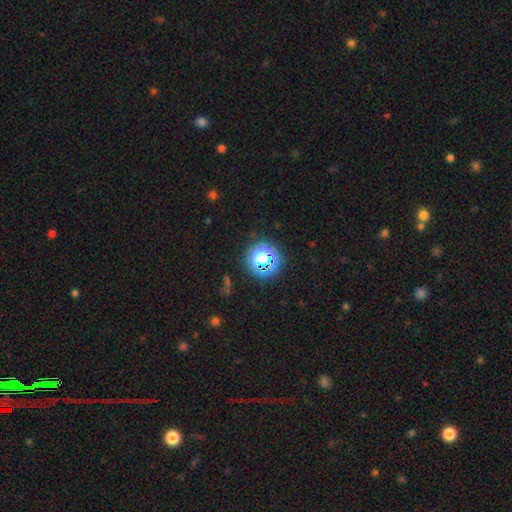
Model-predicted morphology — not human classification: Smooth or featured? Predicted: star or artifact (p=0.73).